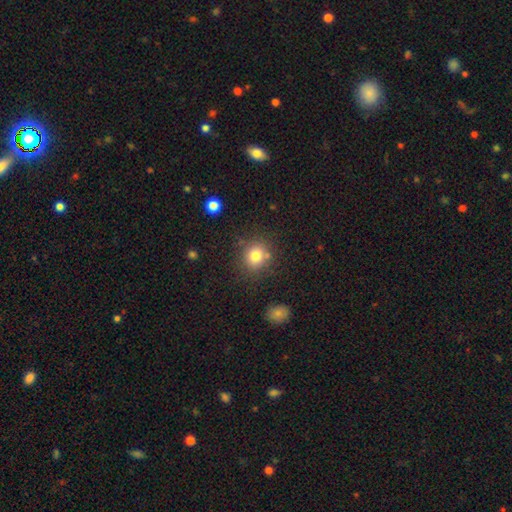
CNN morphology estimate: This is clearly a smooth galaxy (80%). How rounded: clearly round (81%). Merging: likely none (77%).